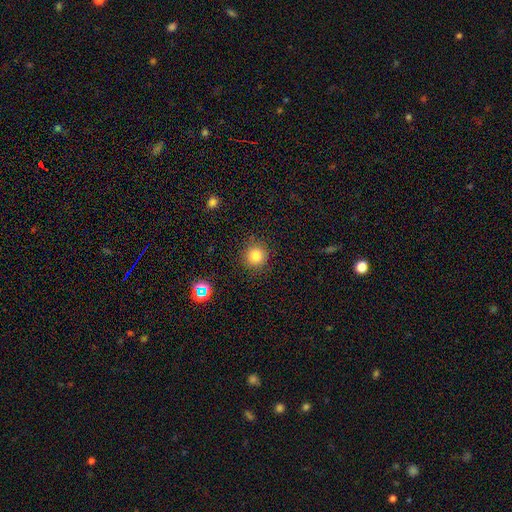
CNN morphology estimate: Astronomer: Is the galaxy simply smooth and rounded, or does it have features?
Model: smooth — 81%.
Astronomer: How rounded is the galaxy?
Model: round — 93%.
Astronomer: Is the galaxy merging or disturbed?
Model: none — 88%.